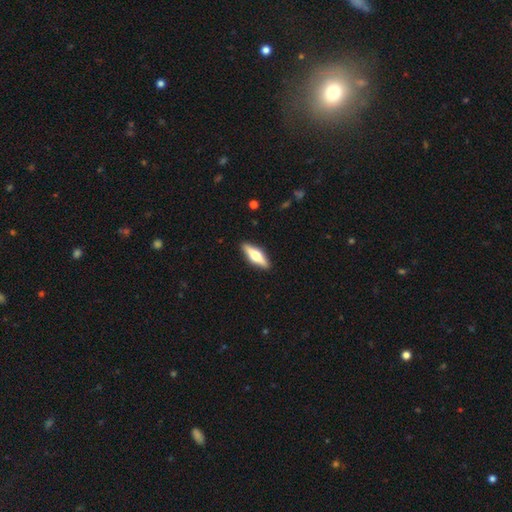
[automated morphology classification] This is possibly a featured or disk galaxy (55%). It is clearly viewed edge-on (94%). Edge-on bulge: clearly rounded (94%). Merging: clearly none (90%).